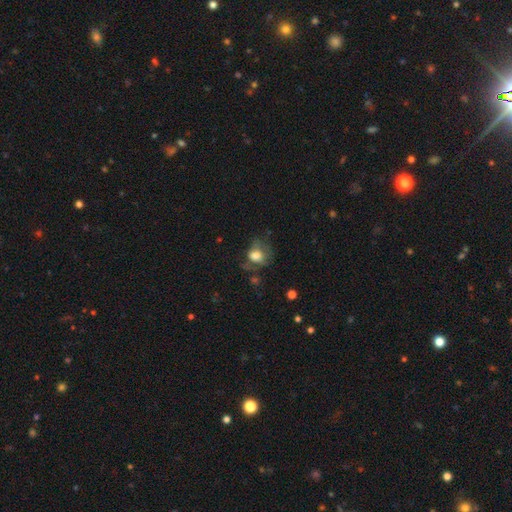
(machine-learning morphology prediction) Overall: smooth (67%). How rounded: round (52%; in between 47%). Merging: none (35%; major disturbance 32%).